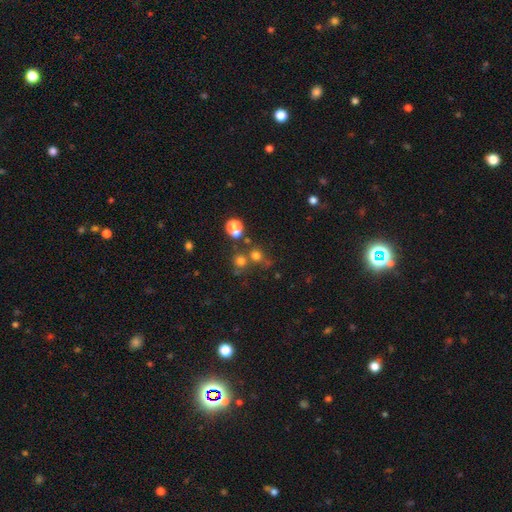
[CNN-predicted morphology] Smooth or featured: smooth — 65% (star or artifact — 26%)
How rounded: round — 86% (in between — 13%)
Merging: none — 63% (merger — 23%)